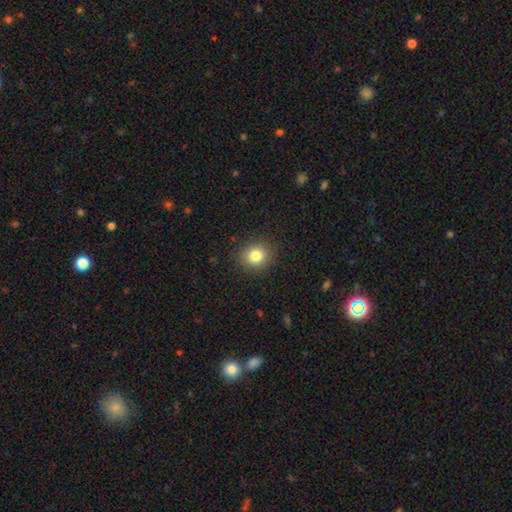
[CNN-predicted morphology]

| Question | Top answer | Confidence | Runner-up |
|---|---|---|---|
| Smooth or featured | smooth | 82% | star or artifact (11%) |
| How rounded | round | 81% | in between (18%) |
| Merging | none | 90% | minor disturbance (7%) |